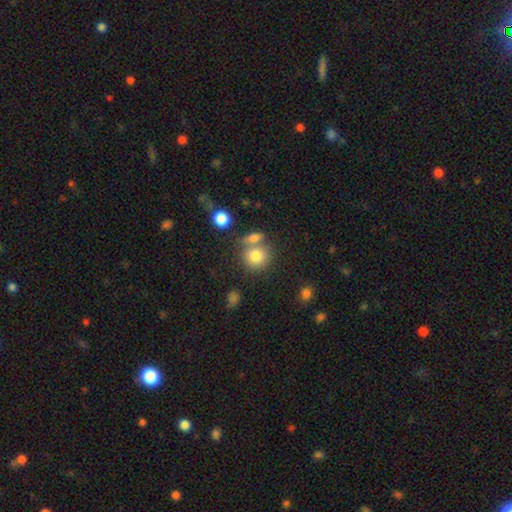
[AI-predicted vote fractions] Smooth or featured? smooth (80%)
How rounded? round (82%)
Merging? none (51%)